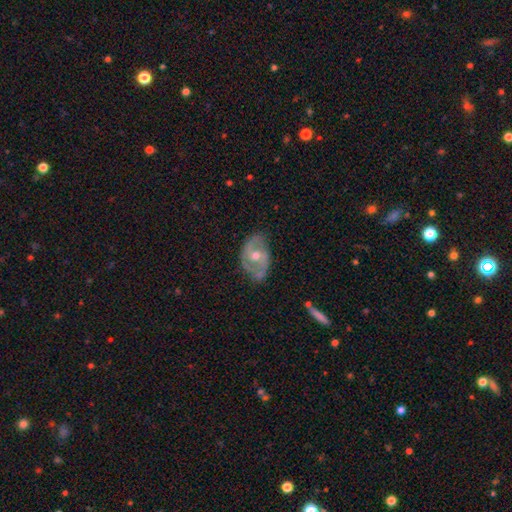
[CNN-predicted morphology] type=featured or disk (76%); edge-on=no (95%); bar=no (55%); spiral arms=yes (82%); winding=medium (46%); arm count=2 (79%); bulge=moderate (66%); merging=none (67%).